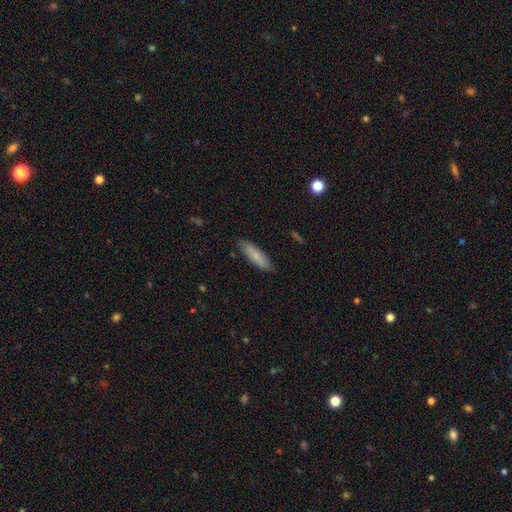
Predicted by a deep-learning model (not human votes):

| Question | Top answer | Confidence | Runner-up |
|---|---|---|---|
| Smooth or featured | smooth | 79% | featured or disk (14%) |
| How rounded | cigar-shaped | 63% | in between (35%) |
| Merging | none | 87% | minor disturbance (10%) |